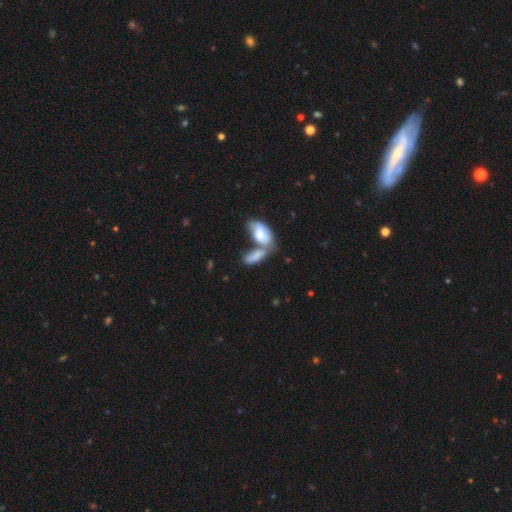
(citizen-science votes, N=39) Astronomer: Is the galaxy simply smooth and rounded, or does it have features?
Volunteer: smooth — 74%.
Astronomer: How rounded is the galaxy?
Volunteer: in between — 90%.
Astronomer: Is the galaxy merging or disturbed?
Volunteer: merger — 68%.